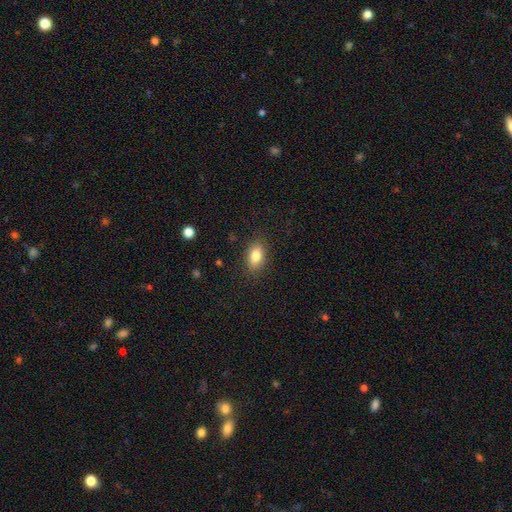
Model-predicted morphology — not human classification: smooth_or_featured: smooth (p=0.83) [alt: featured or disk p=0.09]
how_rounded: in between (p=0.87) [alt: round p=0.09]
merging: none (p=0.86) [alt: minor disturbance p=0.10]